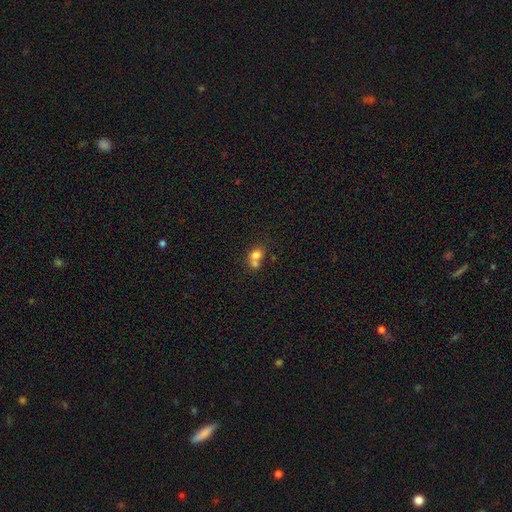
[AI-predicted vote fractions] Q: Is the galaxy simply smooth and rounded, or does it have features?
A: smooth — 74%.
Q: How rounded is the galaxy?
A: round — 62%.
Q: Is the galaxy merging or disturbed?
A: merger — 60%.